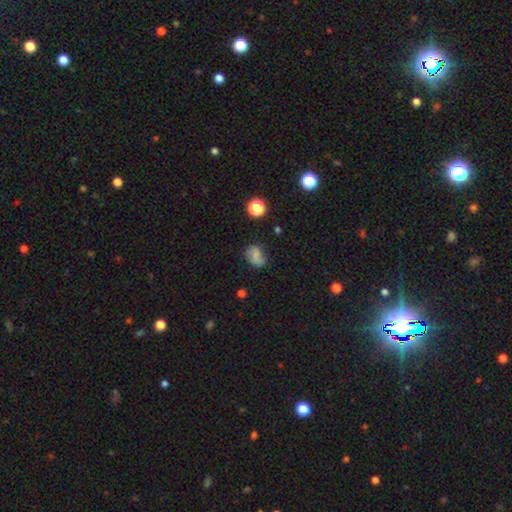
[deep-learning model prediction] smooth 65%, featured or disk 20%, star or artifact 15%. Down the decision tree: how rounded — in between (63%); merging — none (56%).